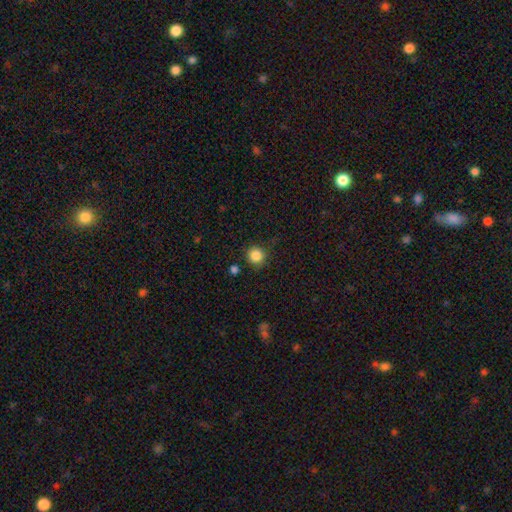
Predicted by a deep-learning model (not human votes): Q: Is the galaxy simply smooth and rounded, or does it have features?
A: smooth — 85%.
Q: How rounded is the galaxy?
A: round — 93%.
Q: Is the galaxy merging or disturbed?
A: none — 84%.